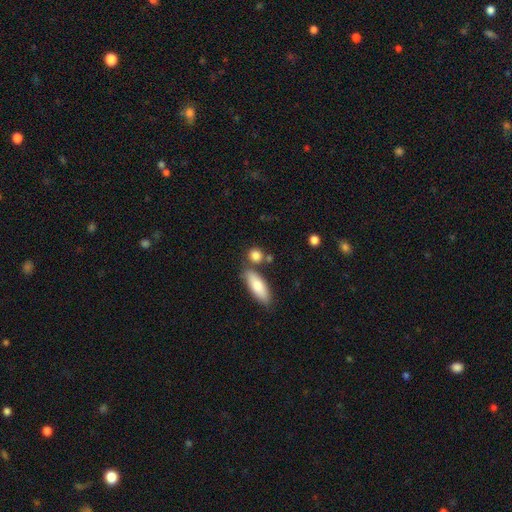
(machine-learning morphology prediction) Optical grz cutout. It shows a smooth galaxy with no disk features (84%) that is round (67%). Merging: none (68%).